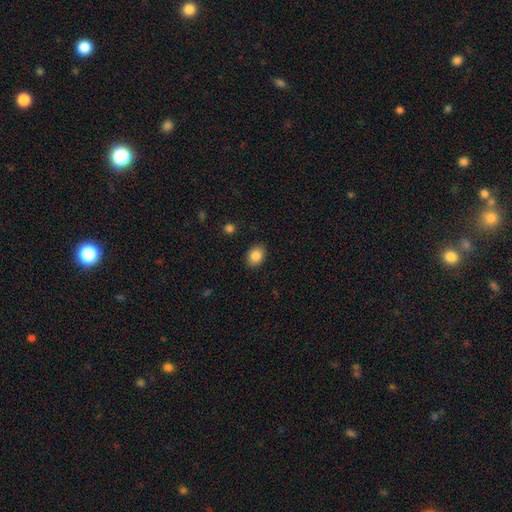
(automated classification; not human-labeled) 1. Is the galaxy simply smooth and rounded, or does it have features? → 86% smooth, 8% star or artifact, 6% featured or disk.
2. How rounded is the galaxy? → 66% in between, 33% round, 1% cigar-shaped.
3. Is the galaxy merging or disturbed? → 88% none, 9% minor disturbance, 2% major disturbance, 1% merger.